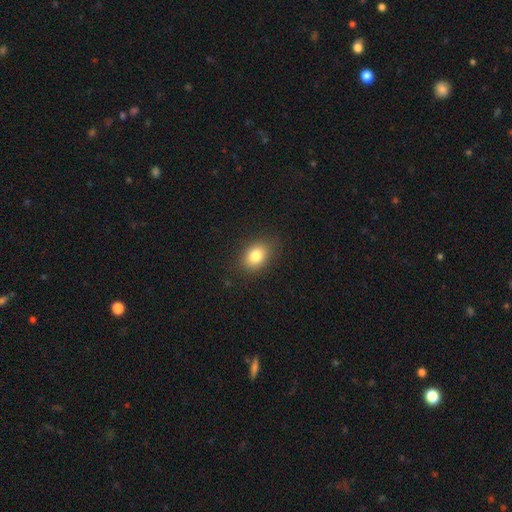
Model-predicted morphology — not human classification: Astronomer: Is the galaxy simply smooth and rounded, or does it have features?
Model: smooth — 82%.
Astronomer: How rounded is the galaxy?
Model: in between — 72%.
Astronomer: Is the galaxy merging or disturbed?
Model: none — 84%.